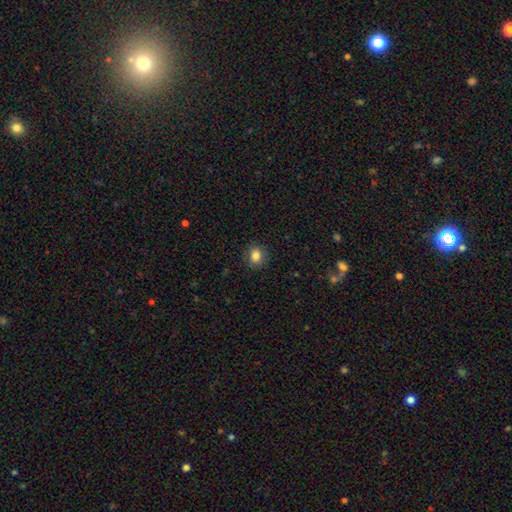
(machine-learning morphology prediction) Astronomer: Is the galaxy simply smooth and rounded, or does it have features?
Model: smooth — 84%.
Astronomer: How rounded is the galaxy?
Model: round — 61% (runner-up: in between, 38%).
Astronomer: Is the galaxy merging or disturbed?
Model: none — 87%.